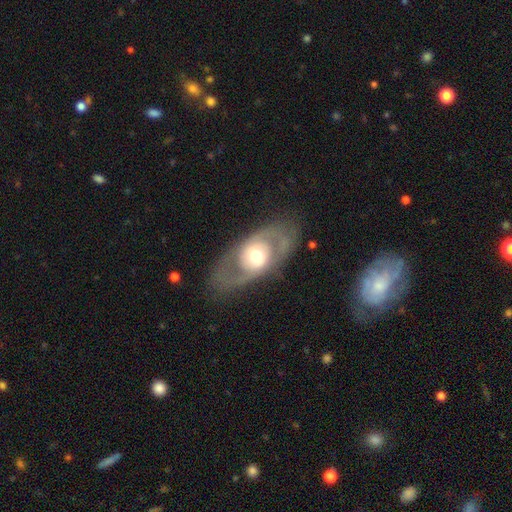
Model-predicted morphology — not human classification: Overall: featured or disk (68%). Edge-on disk: no (89%). Bar: no (71%). Spiral arms: no (52%; yes 48%). Bulge size: moderate (60%; large 24%). Merging: none (76%).